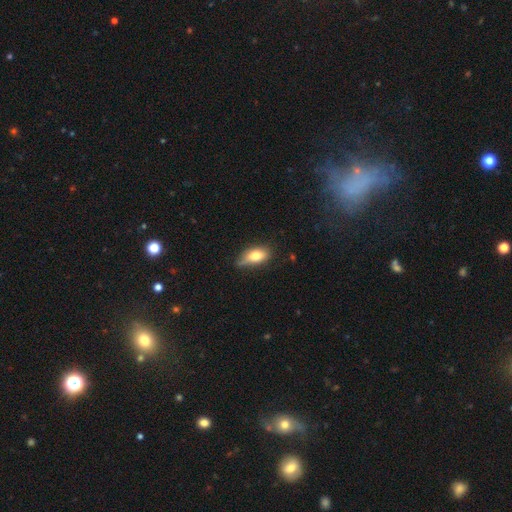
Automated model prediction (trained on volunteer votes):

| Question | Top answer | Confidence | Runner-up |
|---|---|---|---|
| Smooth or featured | smooth | 73% | featured or disk (19%) |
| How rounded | in between | 84% | cigar-shaped (10%) |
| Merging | none | 48% | minor disturbance (39%) |